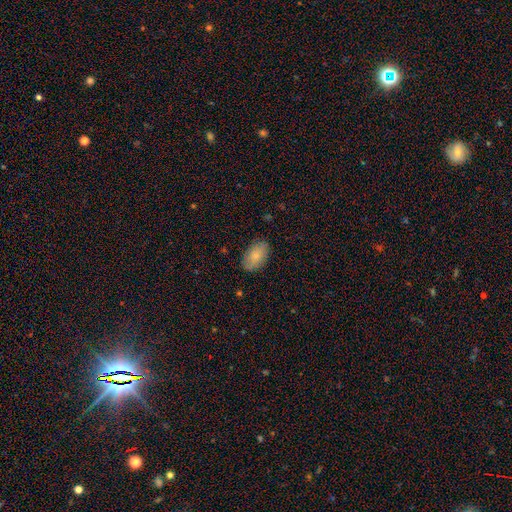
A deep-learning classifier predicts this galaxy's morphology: Smooth or featured?
  - smooth: 78% *
  - featured or disk: 15%
  - star or artifact: 7%
How rounded?
  - in between: 92% *
  - round: 6%
  - cigar-shaped: 1%
Merging?
  - none: 83% *
  - minor disturbance: 14%
  - major disturbance: 3%
  - merger: 1%